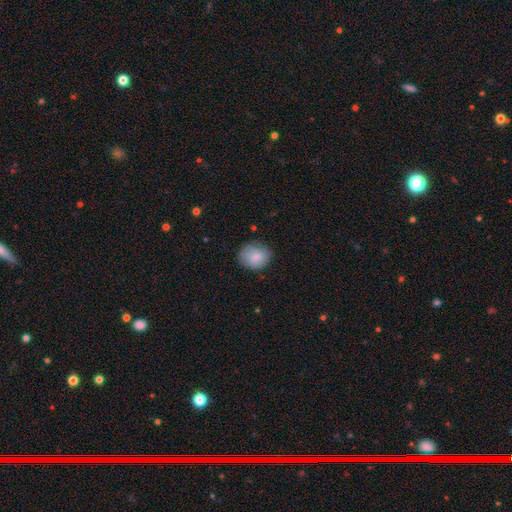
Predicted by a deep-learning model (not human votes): This appears to be a smooth galaxy with no disk features (83%) that is round (65%). Merging: none (77%).